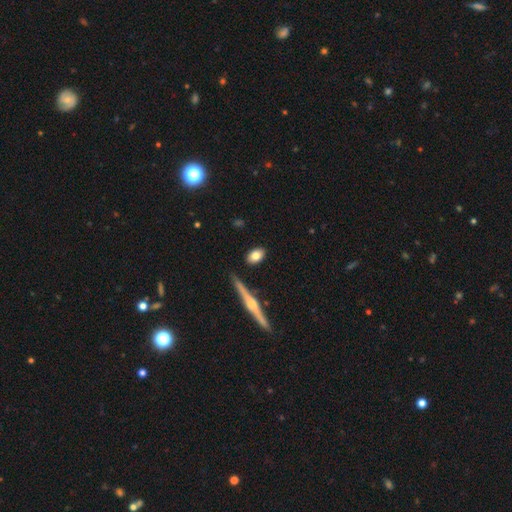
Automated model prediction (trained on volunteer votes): Smooth or featured? Predicted: smooth (p=0.76). How rounded? Predicted: in between (p=0.86). Merging? Predicted: none (p=0.86).